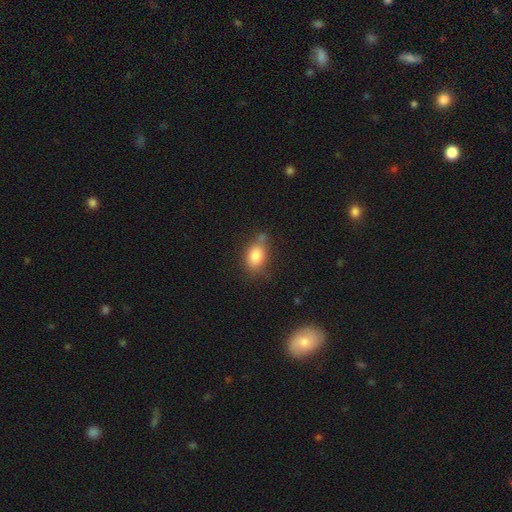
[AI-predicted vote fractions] Morphology: type=smooth (82%); roundness=in between (83%); merging=none (58%).